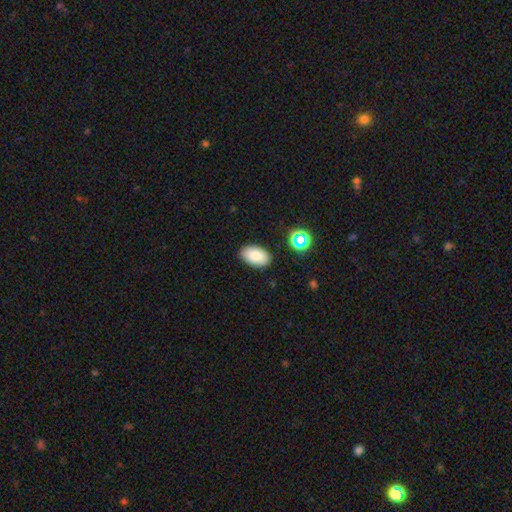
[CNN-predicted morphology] smooth_or_featured: smooth (p=0.84) [alt: star or artifact p=0.09]
how_rounded: in between (p=0.94) [alt: round p=0.05]
merging: none (p=0.85) [alt: minor disturbance p=0.10]